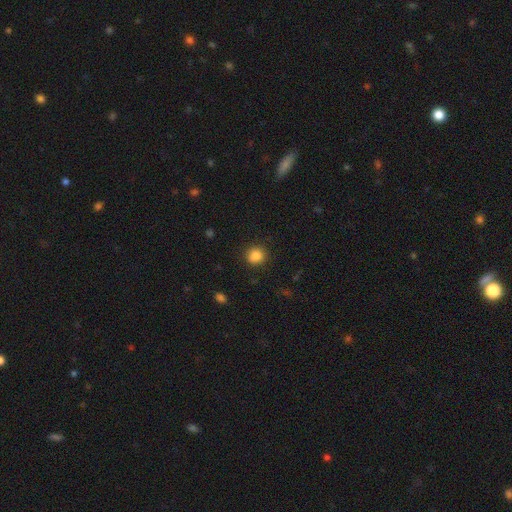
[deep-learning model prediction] Smooth or featured? Predicted: smooth (p=0.86). How rounded? Predicted: round (p=0.86). Merging? Predicted: none (p=0.89).